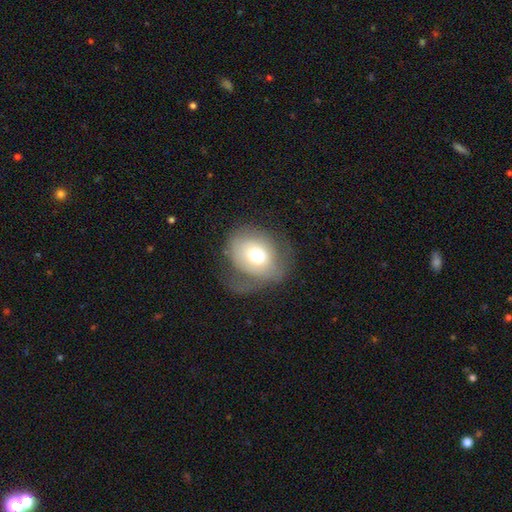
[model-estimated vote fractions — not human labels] Smooth or featured?
  - smooth: 55% *
  - featured or disk: 37%
  - star or artifact: 8%
How rounded?
  - in between: 50% *
  - round: 49%
  - cigar-shaped: 1%
Merging?
  - none: 43% *
  - minor disturbance: 29%
  - major disturbance: 27%
  - merger: 2%